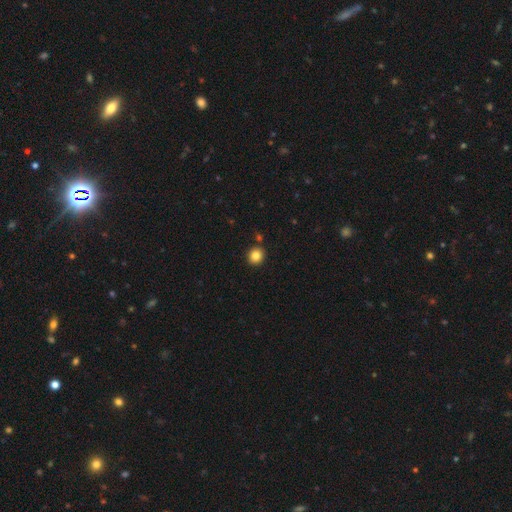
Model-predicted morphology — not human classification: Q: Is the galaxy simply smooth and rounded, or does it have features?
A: smooth — 85%.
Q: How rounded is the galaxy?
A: round — 88%.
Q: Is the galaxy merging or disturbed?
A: none — 88%.